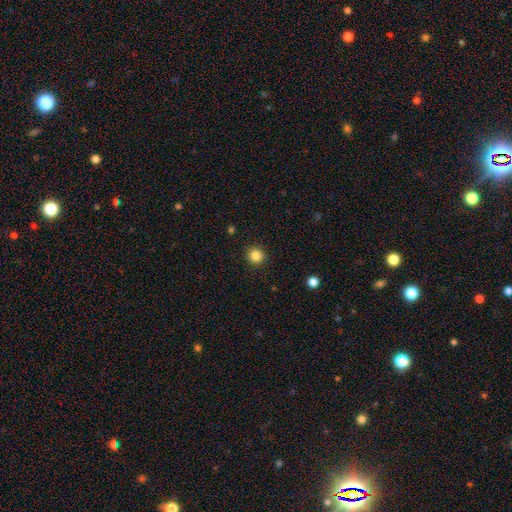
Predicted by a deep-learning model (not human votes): This is clearly a smooth galaxy (84%). How rounded: clearly round (94%). Merging: clearly none (92%).